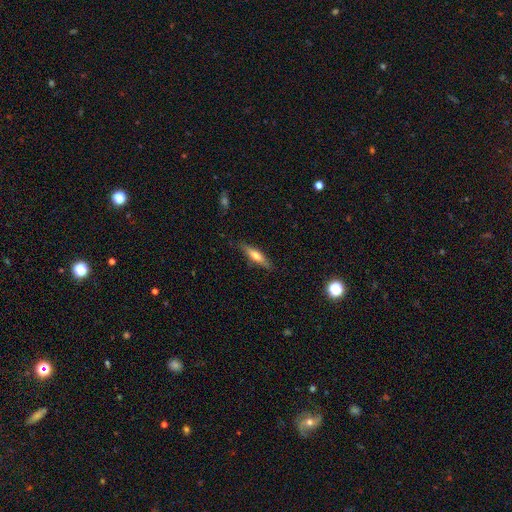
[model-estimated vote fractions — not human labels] Smooth or featured? Predicted: smooth (p=0.56). How rounded? Predicted: cigar-shaped (p=0.73). Merging? Predicted: none (p=0.83).